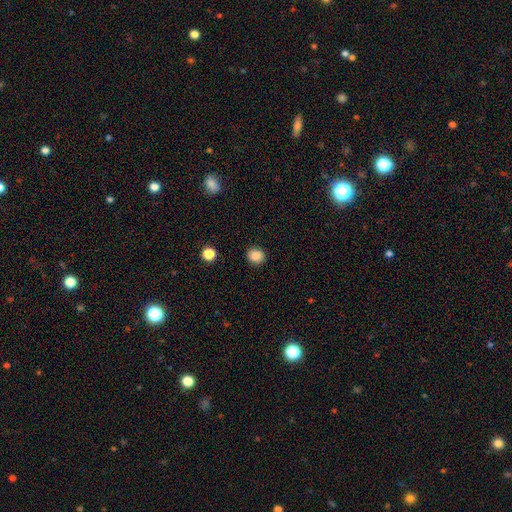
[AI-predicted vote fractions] smooth 86%, star or artifact 10%, featured or disk 4%. Down the decision tree: how rounded — round (82%); merging — none (89%).